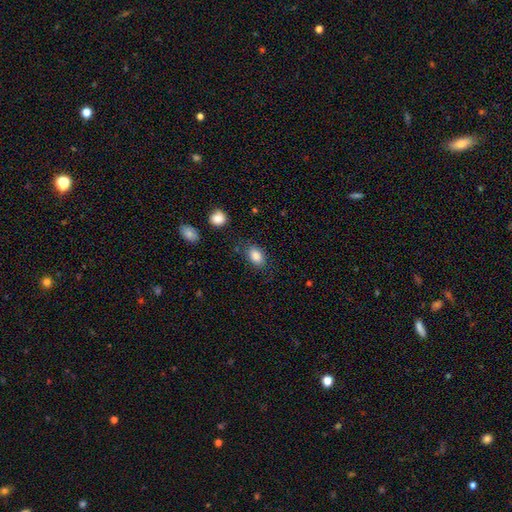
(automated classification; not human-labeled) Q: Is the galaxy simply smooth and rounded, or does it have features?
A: smooth — 85%.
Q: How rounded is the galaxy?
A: in between — 85%.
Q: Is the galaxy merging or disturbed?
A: none — 80%.